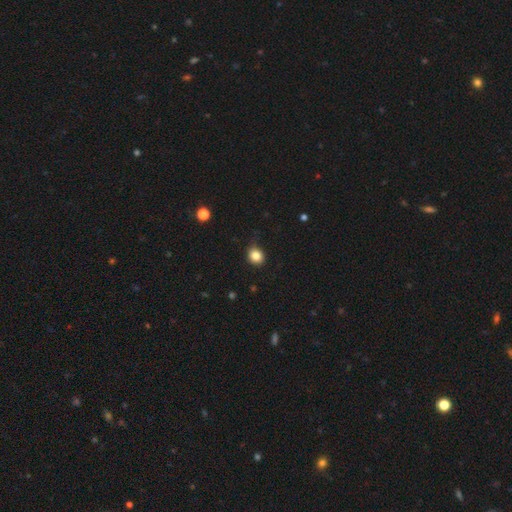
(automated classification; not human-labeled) Smooth or featured?
  - smooth: 84% *
  - star or artifact: 11%
  - featured or disk: 5%
How rounded?
  - round: 75% *
  - in between: 24%
  - cigar-shaped: 1%
Merging?
  - none: 79% *
  - minor disturbance: 17%
  - major disturbance: 3%
  - merger: 1%